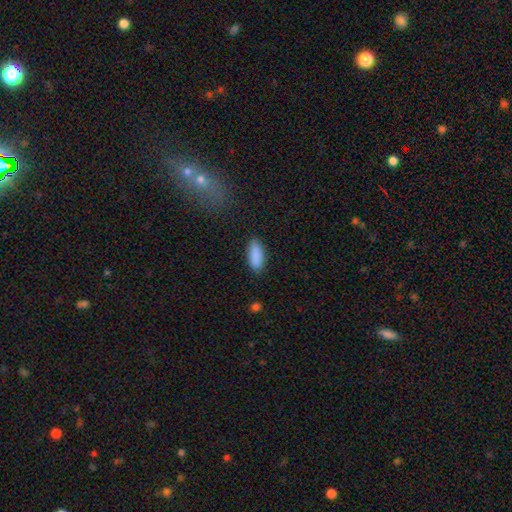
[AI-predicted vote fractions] Smooth or featured?
  - smooth: 88% *
  - star or artifact: 6%
  - featured or disk: 6%
How rounded?
  - in between: 71% *
  - cigar-shaped: 27%
  - round: 2%
Merging?
  - none: 82% *
  - minor disturbance: 14%
  - major disturbance: 3%
  - merger: 2%